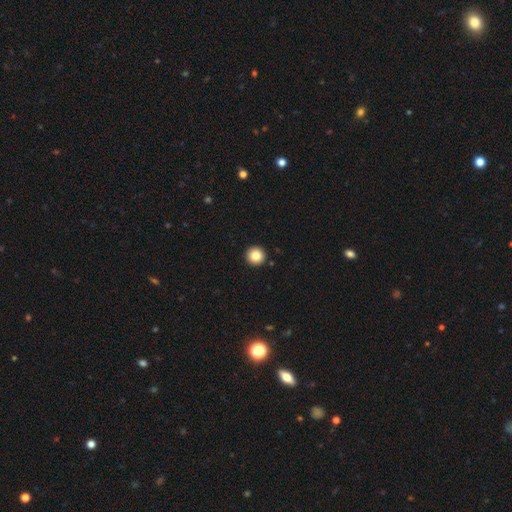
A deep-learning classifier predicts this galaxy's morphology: type=smooth (83%); roundness=round (96%); merging=none (93%).